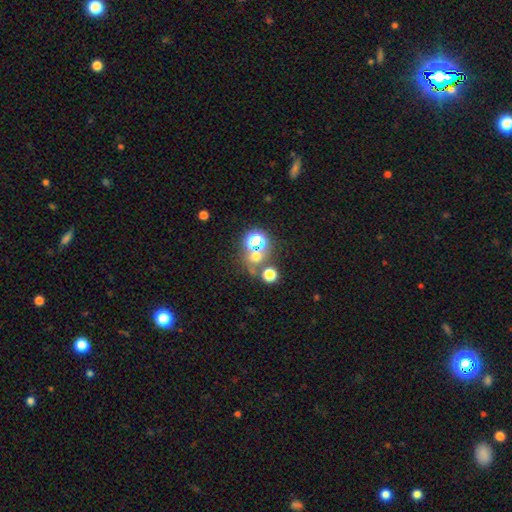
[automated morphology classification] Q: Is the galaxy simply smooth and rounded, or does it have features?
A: smooth — 52%.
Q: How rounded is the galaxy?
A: round — 85%.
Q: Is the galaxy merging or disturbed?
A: none — 58%.